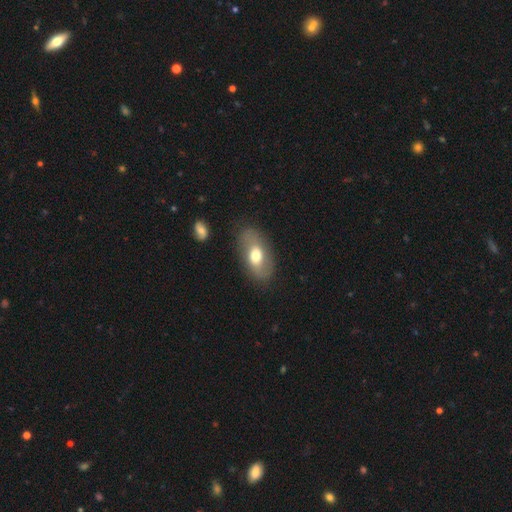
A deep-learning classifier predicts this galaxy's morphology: smooth_or_featured: smooth (p=0.55) [alt: featured or disk p=0.38]
how_rounded: in between (p=0.89) [alt: round p=0.08]
merging: none (p=0.74) [alt: minor disturbance p=0.17]